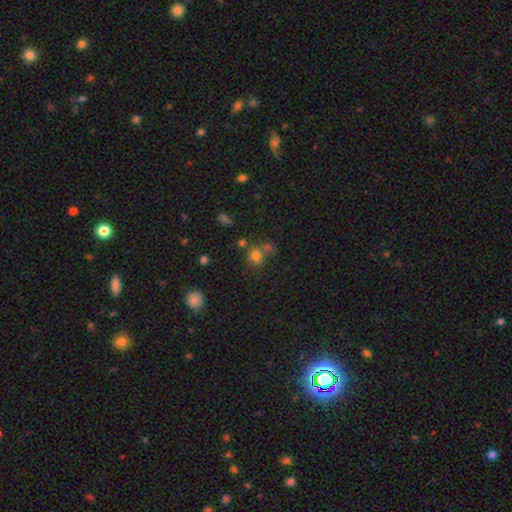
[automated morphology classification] Overall: smooth (74%). How rounded: round (85%). Merging: none (58%; merger 27%).